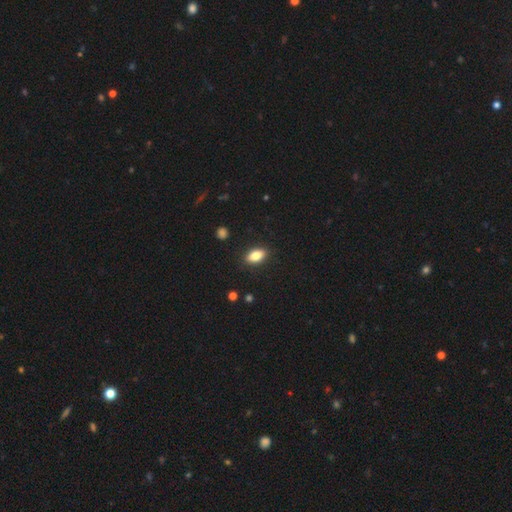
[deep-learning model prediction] smooth-or-featured: smooth: 83% | featured or disk: 9% | star or artifact: 8%
  how-rounded: in between: 88% | round: 6% | cigar-shaped: 6%
  merging: none: 88% | minor disturbance: 9% | major disturbance: 2% | merger: 1%